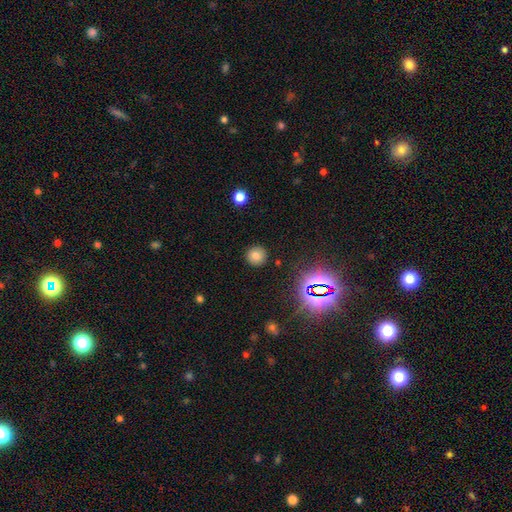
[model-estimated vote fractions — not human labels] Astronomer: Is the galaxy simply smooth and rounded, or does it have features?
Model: smooth — 75%.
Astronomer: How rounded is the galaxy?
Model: round — 93%.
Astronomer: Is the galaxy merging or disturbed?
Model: none — 90%.